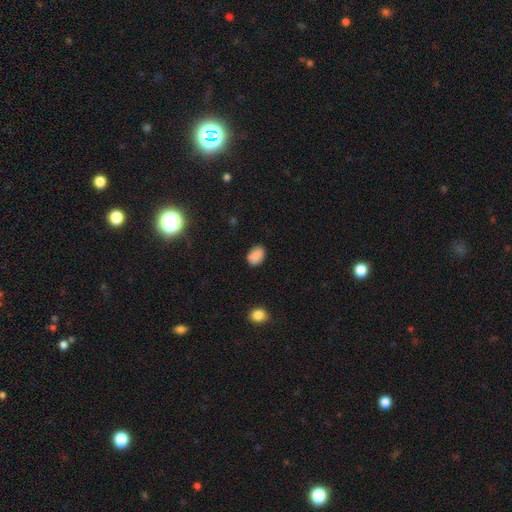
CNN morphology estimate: Smooth or featured: smooth — 88% (star or artifact — 8%)
How rounded: in between — 80% (round — 19%)
Merging: none — 83% (minor disturbance — 13%)